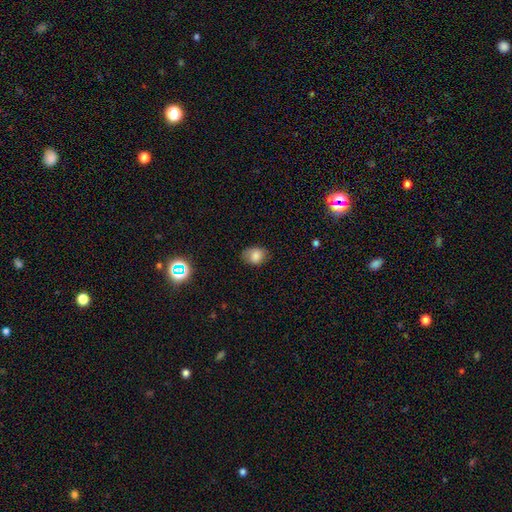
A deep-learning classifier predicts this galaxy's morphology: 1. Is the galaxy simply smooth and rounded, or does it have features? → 80% smooth, 11% star or artifact, 9% featured or disk.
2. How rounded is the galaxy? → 62% in between, 37% round, 1% cigar-shaped.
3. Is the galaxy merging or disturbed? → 67% none, 25% minor disturbance, 6% major disturbance, 1% merger.